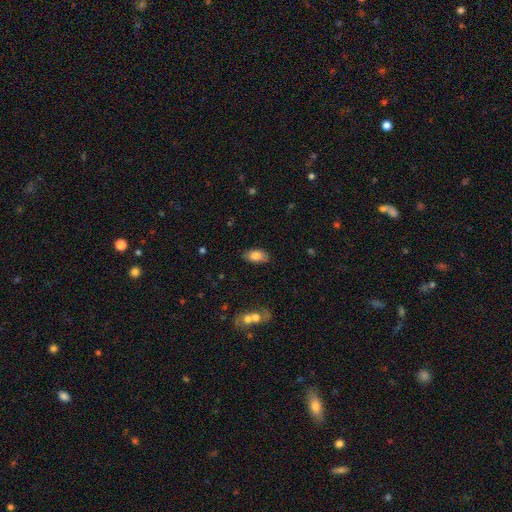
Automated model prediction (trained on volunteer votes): A smooth galaxy with no disk features (80%) that is in between round and cigar-shaped (91%).

Vote fractions:
- Smooth or featured? smooth: 80% / featured or disk: 13% / star or artifact: 7%
- How rounded? in between: 91% / round: 5% / cigar-shaped: 4%
- Merging? none: 81% / minor disturbance: 14% / major disturbance: 3% / merger: 2%